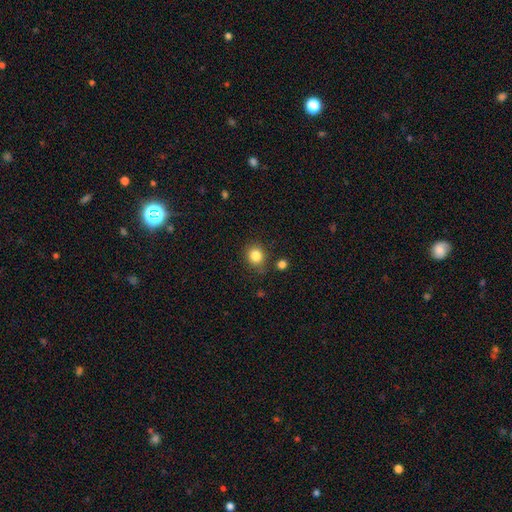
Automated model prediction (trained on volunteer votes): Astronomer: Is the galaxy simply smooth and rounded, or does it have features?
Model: smooth — 84%.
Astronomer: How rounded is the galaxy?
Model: round — 79%.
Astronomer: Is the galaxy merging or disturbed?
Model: none — 80%.